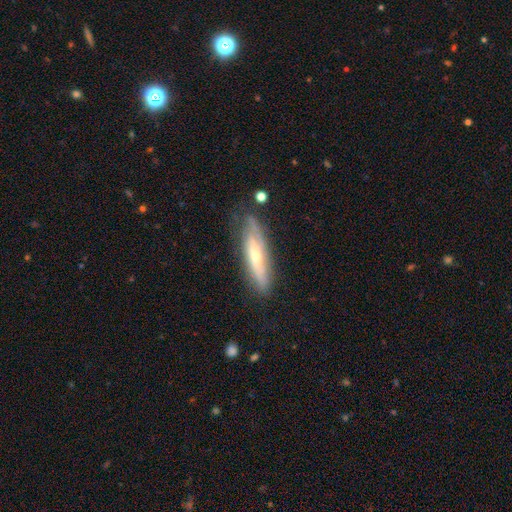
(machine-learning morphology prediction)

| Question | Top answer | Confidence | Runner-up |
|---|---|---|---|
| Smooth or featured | featured or disk | 61% | smooth (32%) |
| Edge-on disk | yes | 52% | no (48%) |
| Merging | none | 70% | minor disturbance (22%) |